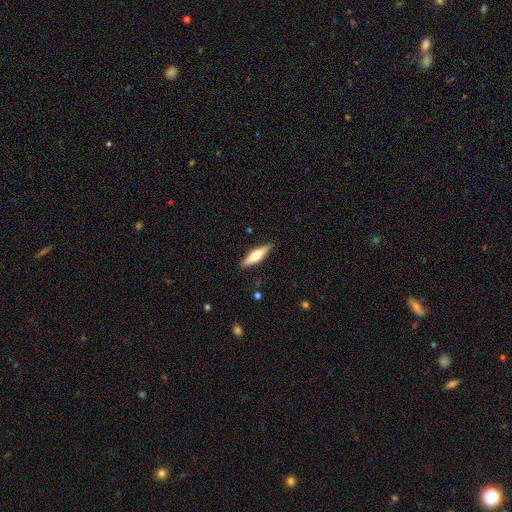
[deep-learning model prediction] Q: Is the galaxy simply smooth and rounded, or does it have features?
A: featured or disk — 50%.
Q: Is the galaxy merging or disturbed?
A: none — 88%.